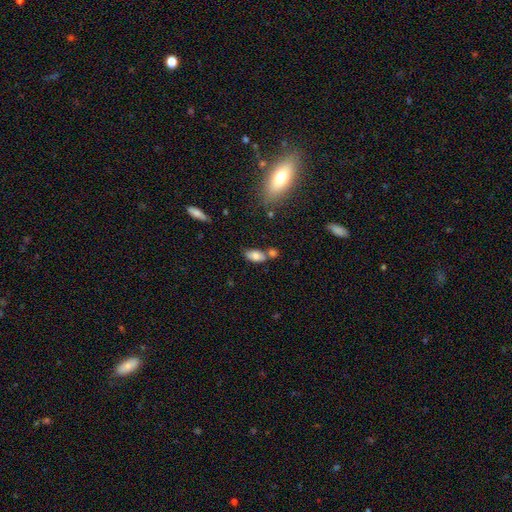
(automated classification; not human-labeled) This appears to be a smooth galaxy with no disk features (79%) that is in between round and cigar-shaped (91%). Merging: none (53%).